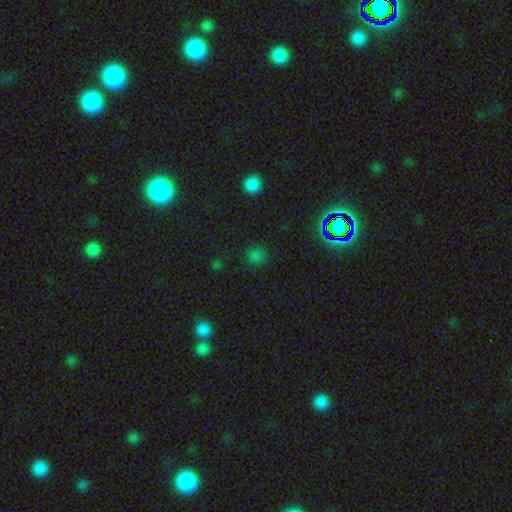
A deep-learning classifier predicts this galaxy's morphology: Smooth or featured? smooth (68%)
How rounded? round (90%)
Merging? none (86%)